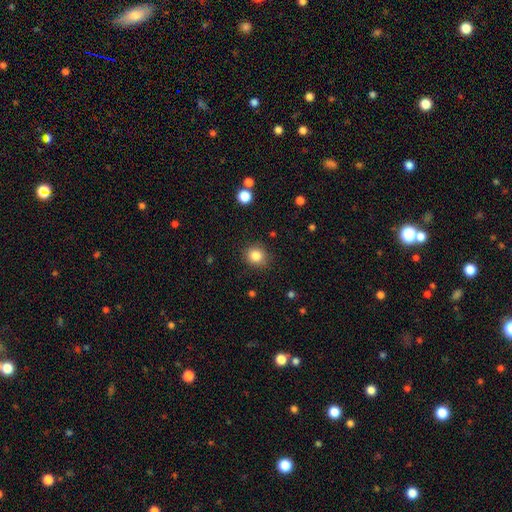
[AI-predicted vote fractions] Overall: smooth (84%). How rounded: round (84%). Merging: none (87%).